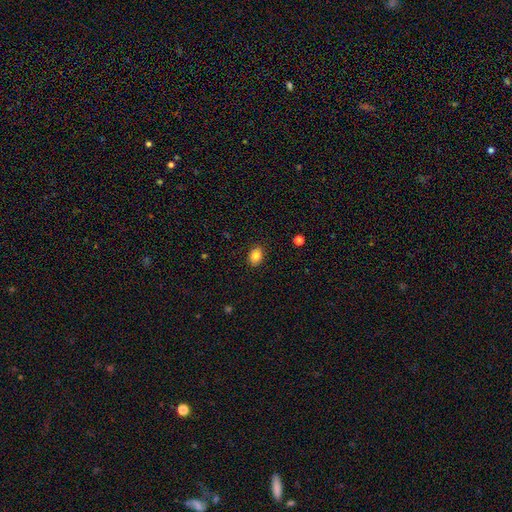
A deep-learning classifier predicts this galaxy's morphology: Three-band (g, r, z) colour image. It shows a smooth galaxy with no disk features (85%) that is in between round and cigar-shaped (70%). Merging: none (89%).